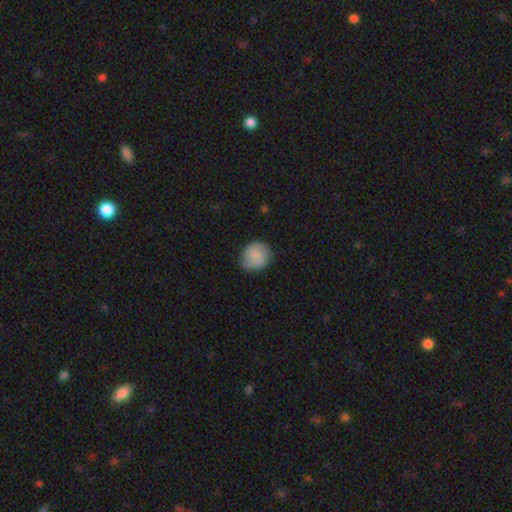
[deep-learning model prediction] A smooth galaxy with no disk features (69%) that is round (78%). Merging: none (73%).